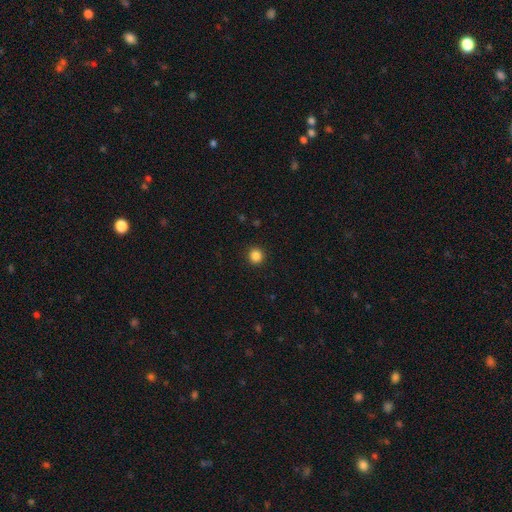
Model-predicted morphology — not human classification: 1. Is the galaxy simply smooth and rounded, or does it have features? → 85% smooth, 11% star or artifact, 3% featured or disk.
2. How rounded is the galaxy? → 92% round, 7% in between, 1% cigar-shaped.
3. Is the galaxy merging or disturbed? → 92% none, 5% minor disturbance, 2% major disturbance, 1% merger.